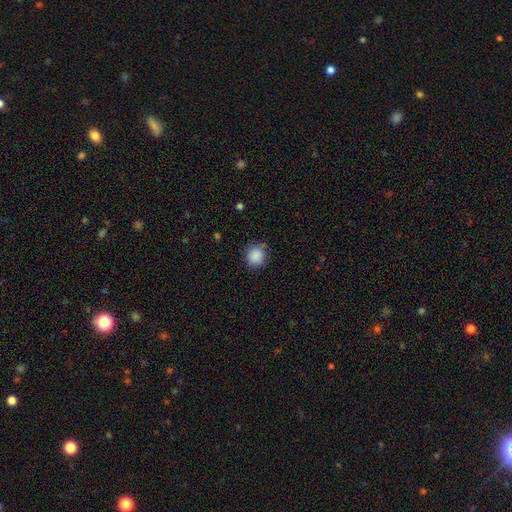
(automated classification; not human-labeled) Morphology: type=smooth (87%); roundness=round (89%); merging=none (80%).